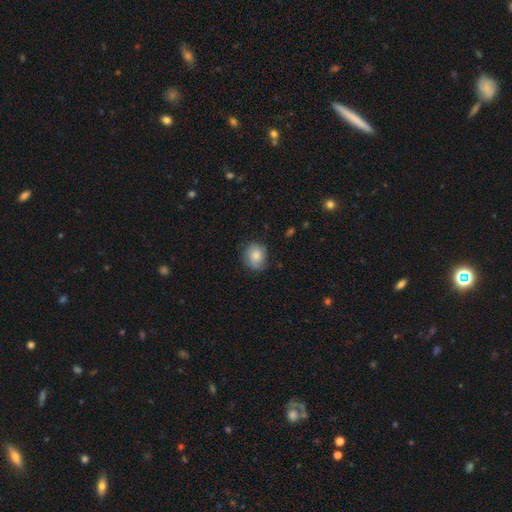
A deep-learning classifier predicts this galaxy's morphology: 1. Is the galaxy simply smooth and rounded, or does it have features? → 68% smooth, 25% featured or disk, 8% star or artifact.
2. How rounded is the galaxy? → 70% round, 29% in between, 1% cigar-shaped.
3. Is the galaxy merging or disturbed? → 72% none, 21% minor disturbance, 6% major disturbance, 1% merger.